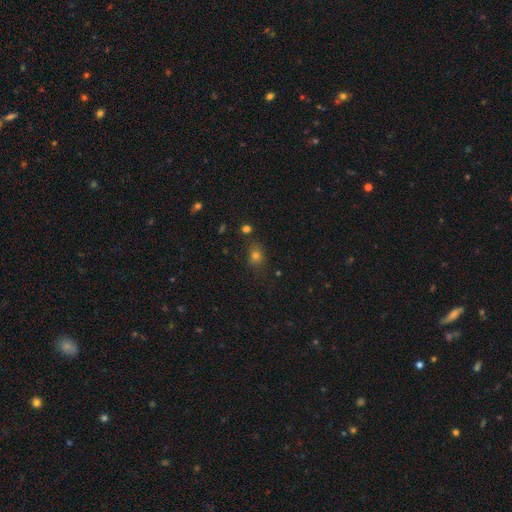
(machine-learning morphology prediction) Smooth or featured: smooth — 72% (star or artifact — 19%)
How rounded: round — 58% (in between — 40%)
Merging: none — 74% (minor disturbance — 17%)